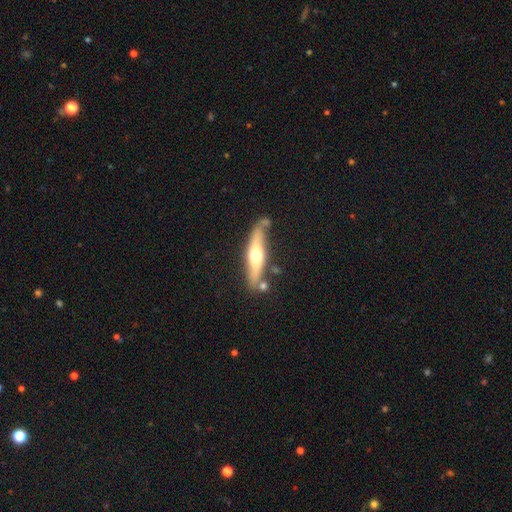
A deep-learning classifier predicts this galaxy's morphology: This is possibly a featured or disk galaxy (55%). It is clearly viewed edge-on (83%). Merging: likely none (68%).